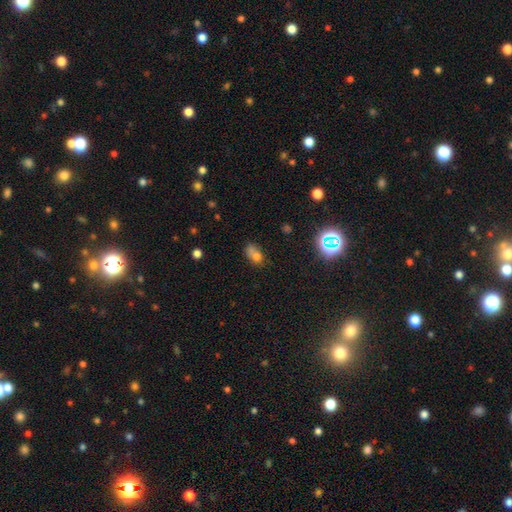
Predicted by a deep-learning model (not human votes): smooth-or-featured: smooth: 67% | star or artifact: 18% | featured or disk: 14%
  how-rounded: in between: 65% | round: 32% | cigar-shaped: 3%
  merging: none: 36% | merger: 34% | minor disturbance: 19% | major disturbance: 11%